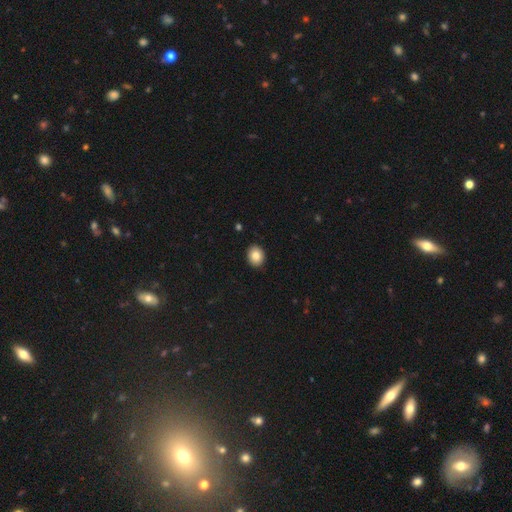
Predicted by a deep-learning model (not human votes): A smooth galaxy with no disk features (84%) that is round (55%). Merging: none (91%).